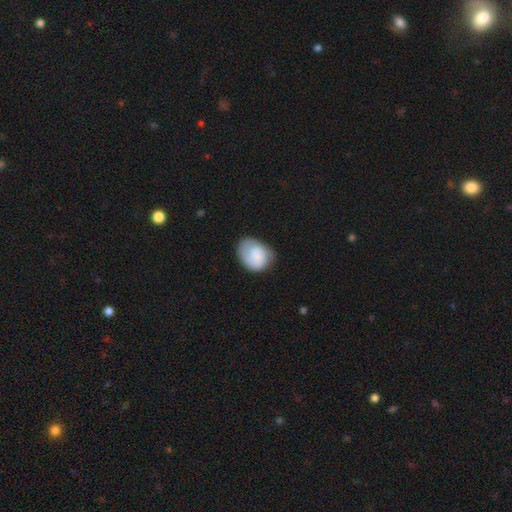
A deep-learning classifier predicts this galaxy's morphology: Q: Smooth or featured?
A: smooth (65%); runner-up: featured or disk (28%)
Q: How rounded?
A: in between (59%); runner-up: round (41%)
Q: Merging?
A: none (58%); runner-up: minor disturbance (29%)